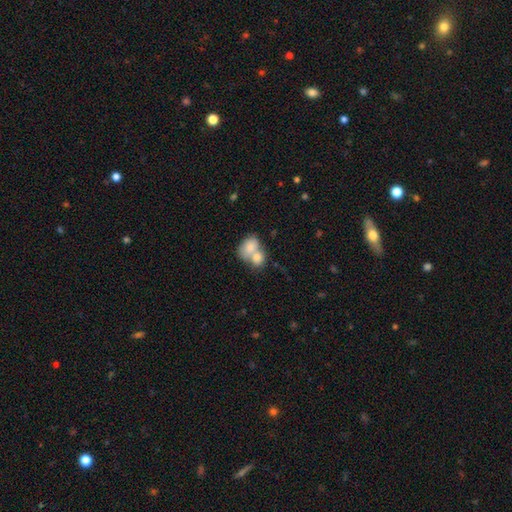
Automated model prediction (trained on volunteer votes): Smooth or featured? Predicted: smooth (p=0.78). How rounded? Predicted: in between (p=0.61). Merging? Predicted: merger (p=0.71).